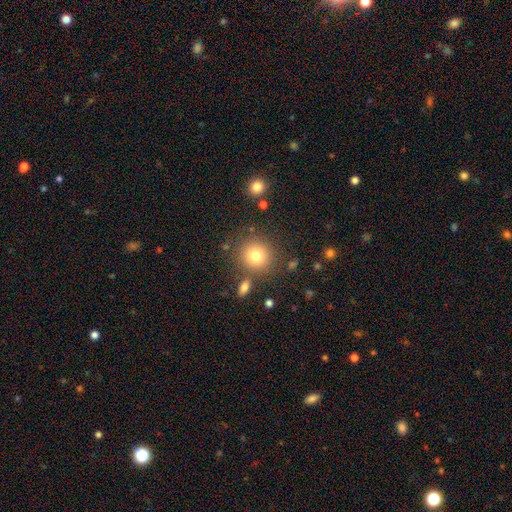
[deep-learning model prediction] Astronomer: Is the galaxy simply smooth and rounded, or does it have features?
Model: smooth — 79%.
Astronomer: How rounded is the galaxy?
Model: round — 90%.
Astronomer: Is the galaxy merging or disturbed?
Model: none — 81%.